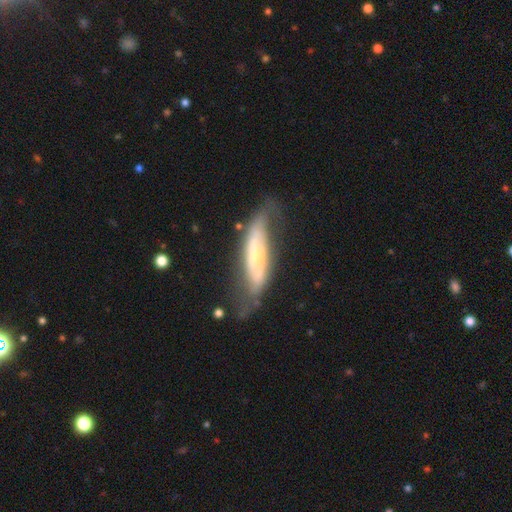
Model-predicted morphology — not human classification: A featured or disk galaxy (62%).

Vote fractions:
- Smooth or featured? featured or disk: 62% / smooth: 32% / star or artifact: 6%
- Edge-on disk? no: 59% / yes: 41%
- Merging? none: 50% / minor disturbance: 28% / major disturbance: 18% / merger: 4%